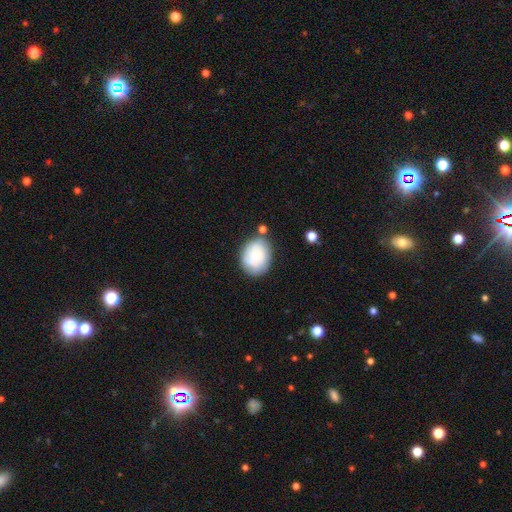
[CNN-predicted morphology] smooth_or_featured: smooth (p=0.71) [alt: featured or disk p=0.22]
how_rounded: in between (p=0.57) [alt: round p=0.42]
merging: none (p=0.67) [alt: minor disturbance p=0.20]